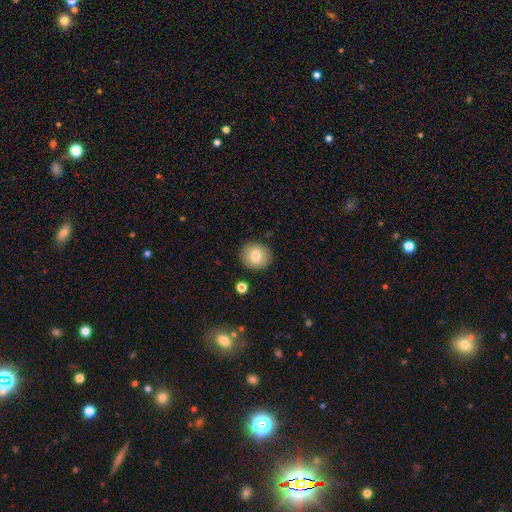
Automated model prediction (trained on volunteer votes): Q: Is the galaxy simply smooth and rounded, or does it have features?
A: smooth — 79%.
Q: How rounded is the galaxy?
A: round — 84%.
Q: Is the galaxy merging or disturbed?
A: none — 88%.